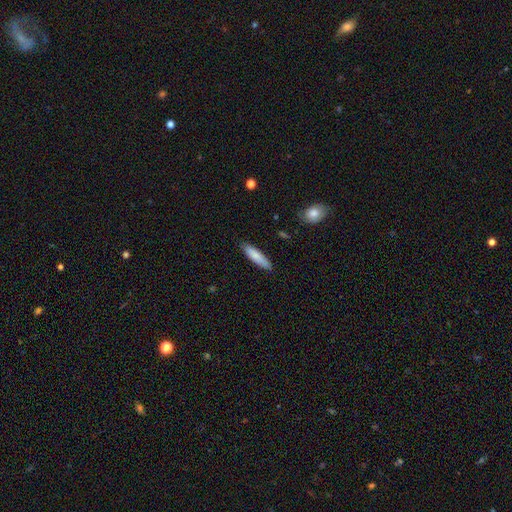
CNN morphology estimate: Smooth or featured?
  - smooth: 82% *
  - featured or disk: 13%
  - star or artifact: 6%
How rounded?
  - cigar-shaped: 71% *
  - in between: 28%
  - round: 1%
Merging?
  - none: 85% *
  - minor disturbance: 11%
  - major disturbance: 2%
  - merger: 1%